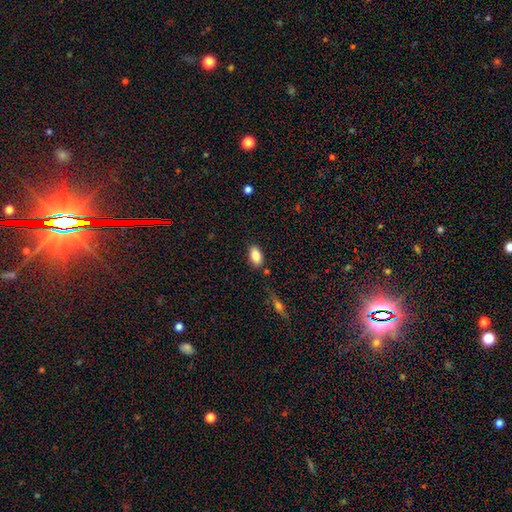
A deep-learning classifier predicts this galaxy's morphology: A smooth galaxy with no disk features (85%) that is in between round and cigar-shaped (91%).

Vote fractions:
- Smooth or featured? smooth: 85% / star or artifact: 8% / featured or disk: 8%
- How rounded? in between: 91% / round: 5% / cigar-shaped: 4%
- Merging? none: 84% / minor disturbance: 11% / merger: 3% / major disturbance: 2%